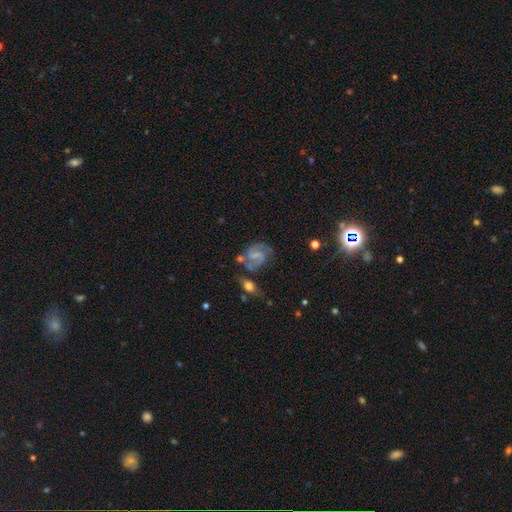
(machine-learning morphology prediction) Smooth or featured? featured or disk (75%)
Edge-on disk? no (97%)
Bar? weak (50%)
Spiral arms? yes (92%)
Spiral winding? medium (52%)
Spiral arm count? 2 (86%)
Bulge size? none (42%)
Merging? none (58%)